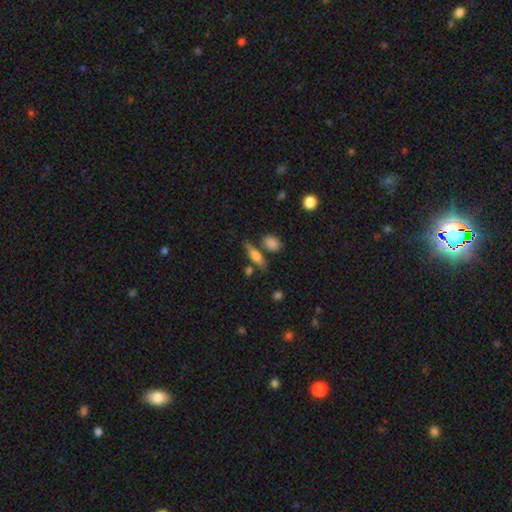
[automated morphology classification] A smooth galaxy with no disk features (64%) that is in between round and cigar-shaped (47%, tied with cigar-shaped).

Vote fractions:
- Smooth or featured? smooth: 64% / featured or disk: 27% / star or artifact: 9%
- How rounded? in between: 47% (tied) / cigar-shaped: 47% (tied) / round: 6%
- Merging? none: 68% / minor disturbance: 15% / merger: 12% / major disturbance: 5%